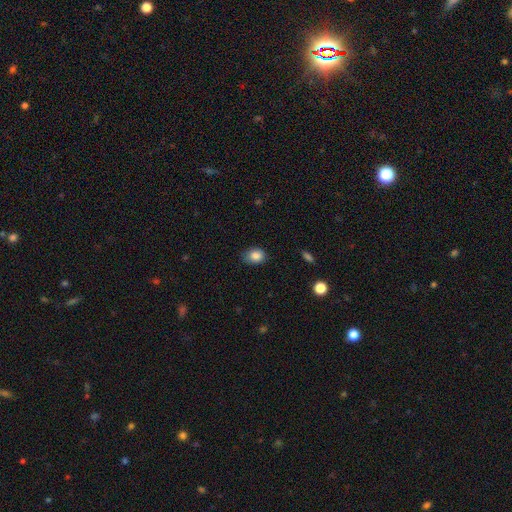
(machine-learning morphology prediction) Q: Smooth or featured?
A: smooth (85%); runner-up: star or artifact (9%)
Q: How rounded?
A: in between (68%); runner-up: round (31%)
Q: Merging?
A: none (78%); runner-up: minor disturbance (18%)